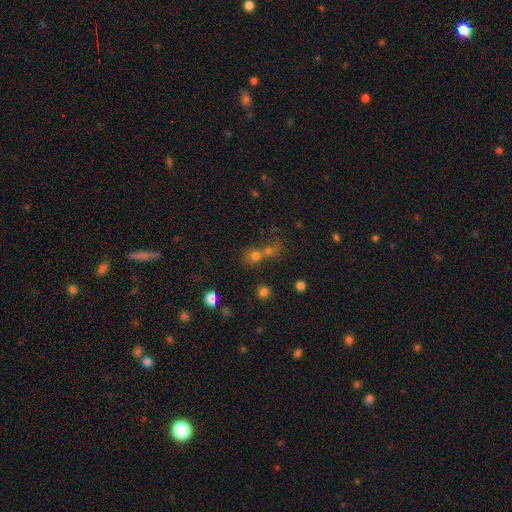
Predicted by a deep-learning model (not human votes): smooth-or-featured: smooth: 69% | star or artifact: 19% | featured or disk: 13%
  how-rounded: round: 78% | in between: 20% | cigar-shaped: 2%
  merging: merger: 58% | none: 31% | minor disturbance: 6% | major disturbance: 5%